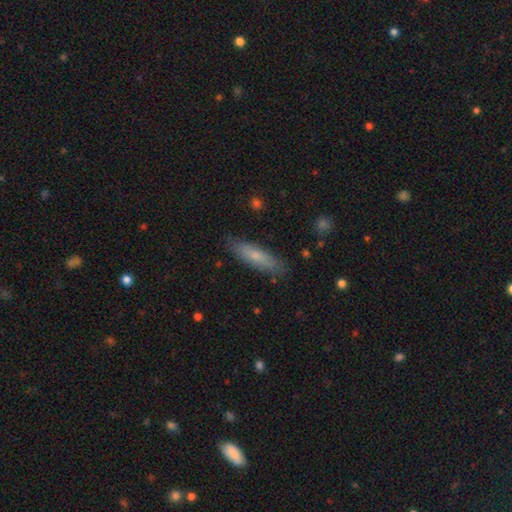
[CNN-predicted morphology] Smooth or featured?
  - smooth: 70% *
  - featured or disk: 23%
  - star or artifact: 6%
How rounded?
  - cigar-shaped: 67% *
  - in between: 31%
  - round: 2%
Merging?
  - none: 84% *
  - minor disturbance: 12%
  - major disturbance: 2%
  - merger: 1%